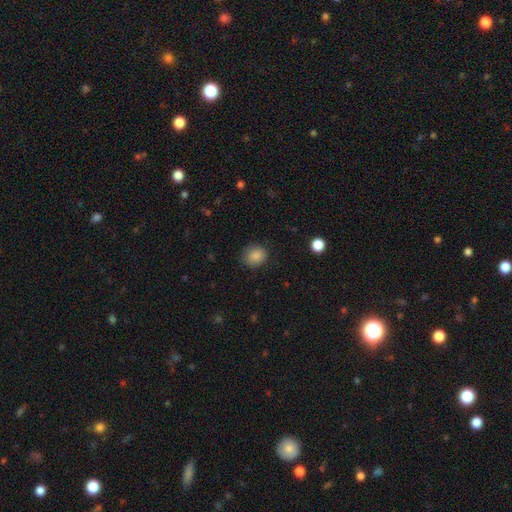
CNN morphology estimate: This appears to be a smooth galaxy with no disk features (87%) that is round (68%). Merging: none (82%).